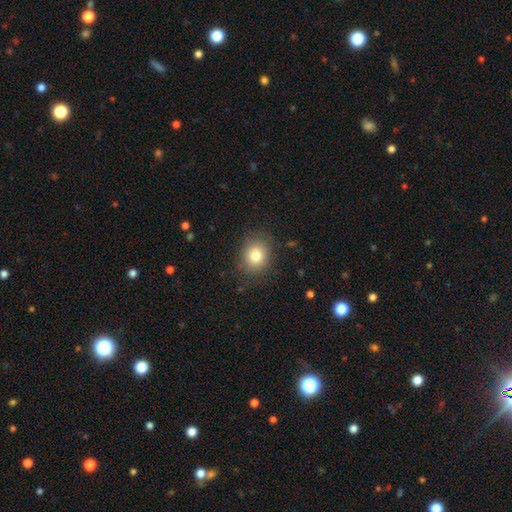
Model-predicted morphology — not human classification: Overall: smooth (80%). How rounded: round (67%; in between 32%). Merging: none (84%).